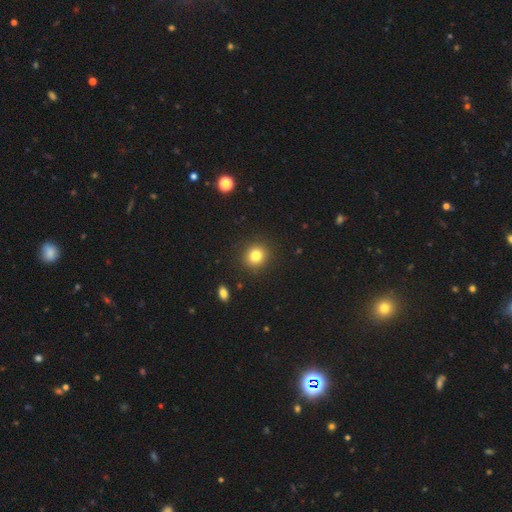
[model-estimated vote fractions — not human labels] smooth-or-featured: smooth: 82% | star or artifact: 11% | featured or disk: 7%
  how-rounded: round: 82% | in between: 17% | cigar-shaped: 1%
  merging: none: 90% | minor disturbance: 6% | major disturbance: 2% | merger: 1%